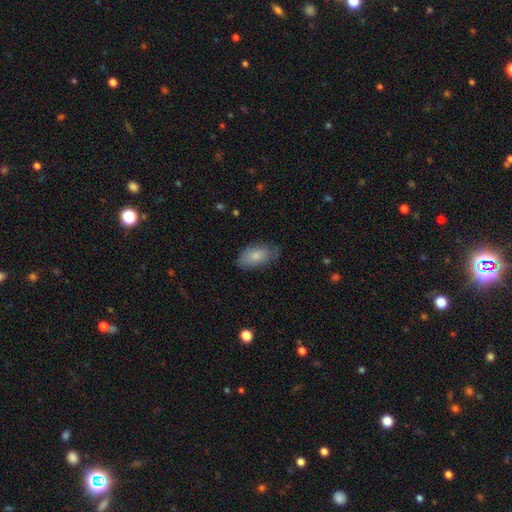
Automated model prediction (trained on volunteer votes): Smooth or featured: smooth — 81% (featured or disk — 13%)
How rounded: in between — 93% (round — 4%)
Merging: none — 69% (minor disturbance — 24%)